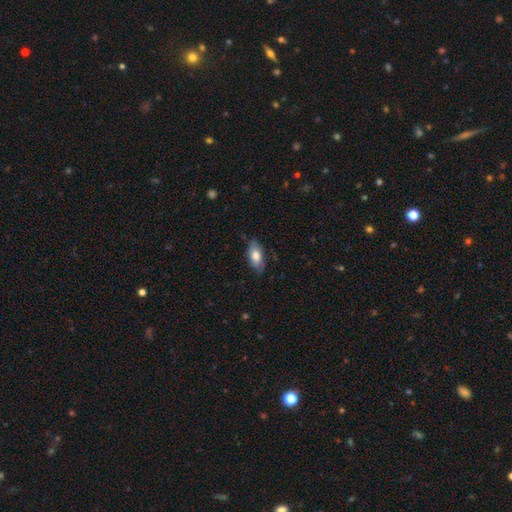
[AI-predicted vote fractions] Smooth or featured? smooth (76%)
How rounded? in between (87%)
Merging? none (77%)